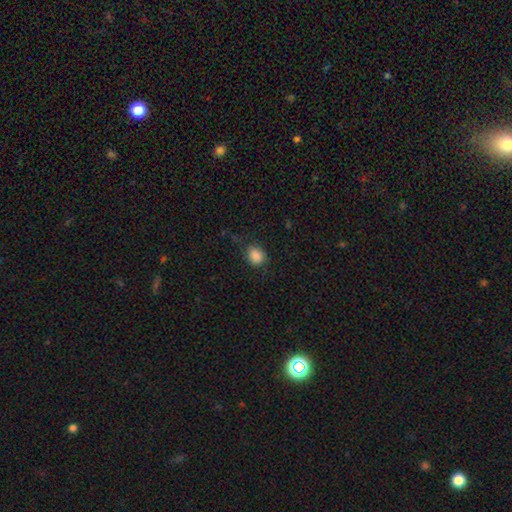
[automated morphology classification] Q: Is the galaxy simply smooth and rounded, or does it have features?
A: smooth — 86%.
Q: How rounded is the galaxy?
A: round — 59%.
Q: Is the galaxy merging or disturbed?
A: none — 75%.